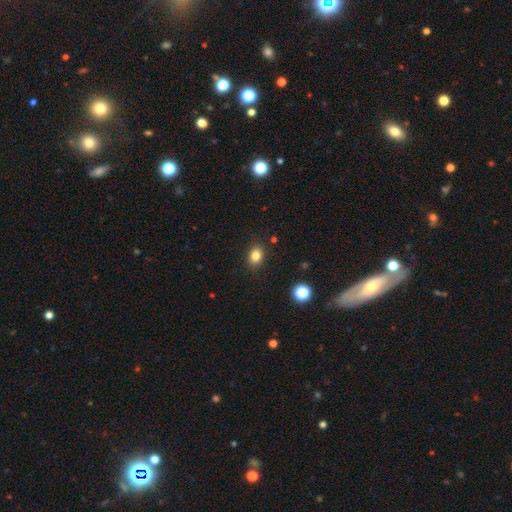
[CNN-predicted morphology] The model was most divided on "how rounded": in between: 59%, round: 40%, cigar-shaped: 1%. More confident: merging — none (88%); smooth or featured — smooth (82%).